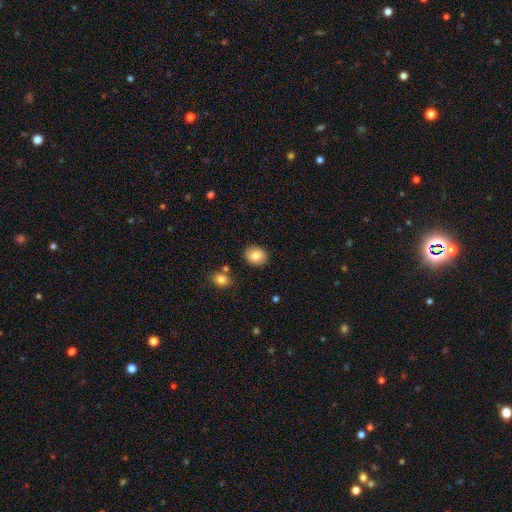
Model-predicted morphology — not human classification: This is clearly a smooth galaxy (86%). How rounded: likely round (66%). Merging: clearly none (88%).